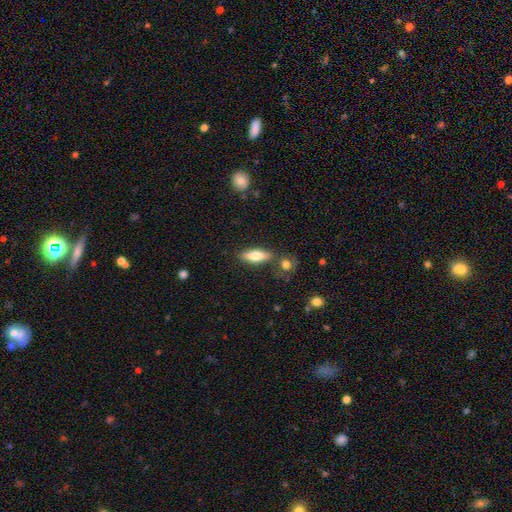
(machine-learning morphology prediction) This is likely a smooth galaxy (68%). How rounded: possibly in between (57%). Merging: likely none (77%).